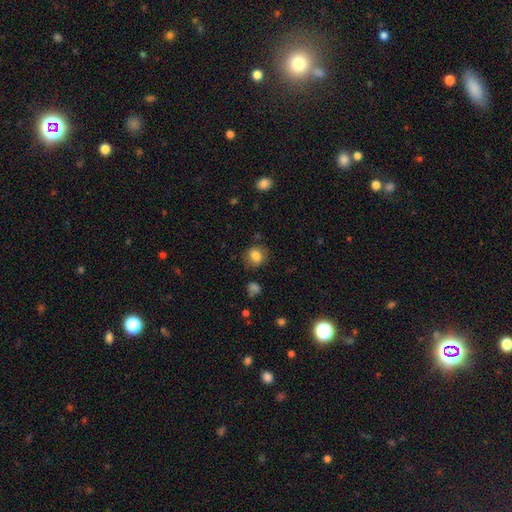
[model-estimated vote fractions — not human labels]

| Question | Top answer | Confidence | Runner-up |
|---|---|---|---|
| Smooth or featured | smooth | 81% | star or artifact (10%) |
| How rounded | round | 67% | in between (32%) |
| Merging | none | 79% | minor disturbance (15%) |